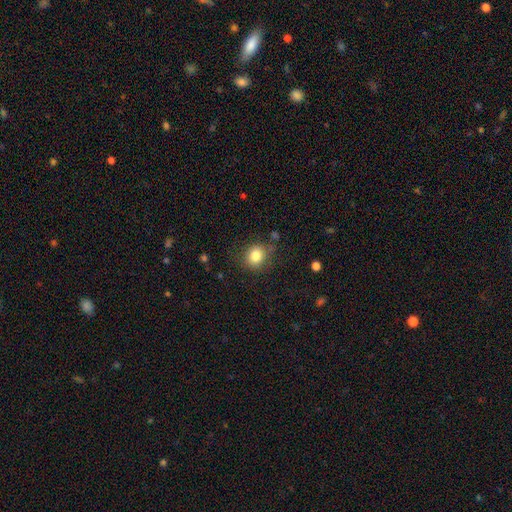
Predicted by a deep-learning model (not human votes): smooth_or_featured: smooth (p=0.82) [alt: star or artifact p=0.11]
how_rounded: round (p=0.76) [alt: in between p=0.23]
merging: none (p=0.80) [alt: minor disturbance p=0.14]